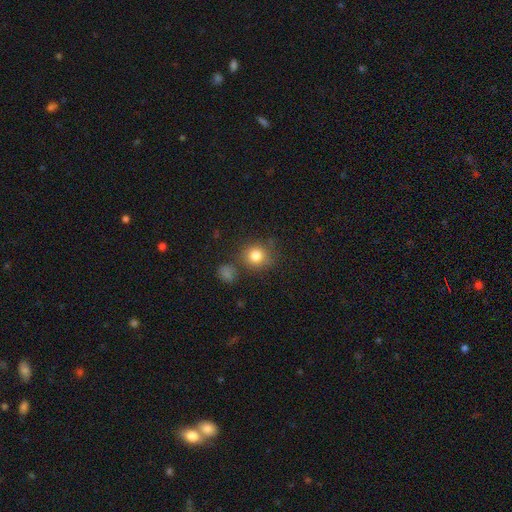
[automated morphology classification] Overall: smooth (81%). How rounded: round (86%). Merging: none (74%).